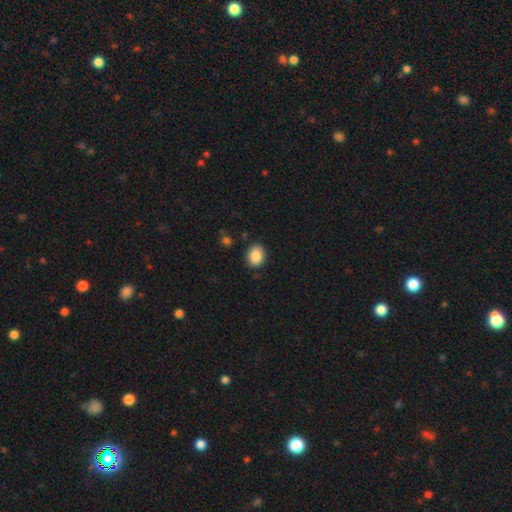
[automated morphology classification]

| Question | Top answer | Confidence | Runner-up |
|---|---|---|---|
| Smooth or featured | smooth | 88% | star or artifact (8%) |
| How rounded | round | 51% | in between (49%) |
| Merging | none | 87% | minor disturbance (9%) |